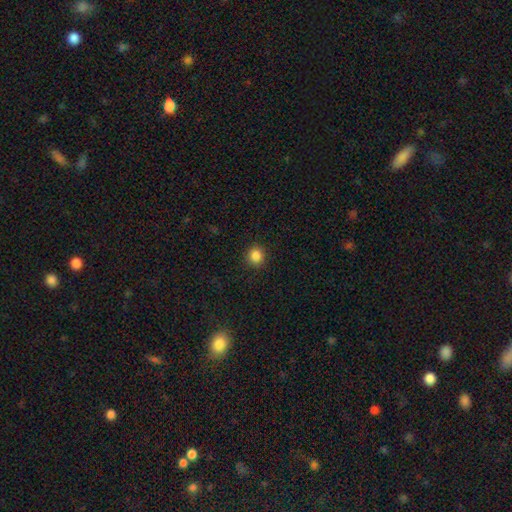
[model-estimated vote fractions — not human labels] Morphology: type=smooth (85%); roundness=round (91%); merging=none (91%).